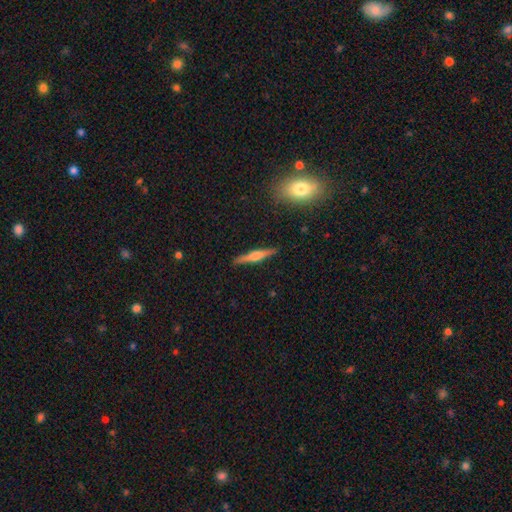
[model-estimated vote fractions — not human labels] Smooth or featured?
  - featured or disk: 63% *
  - smooth: 30%
  - star or artifact: 6%
Edge-on disk?
  - yes: 98% *
  - no: 2%
Edge-on bulge?
  - rounded: 81% *
  - boxy: 13%
  - none: 6%
Merging?
  - none: 90% *
  - minor disturbance: 7%
  - major disturbance: 2%
  - merger: 1%